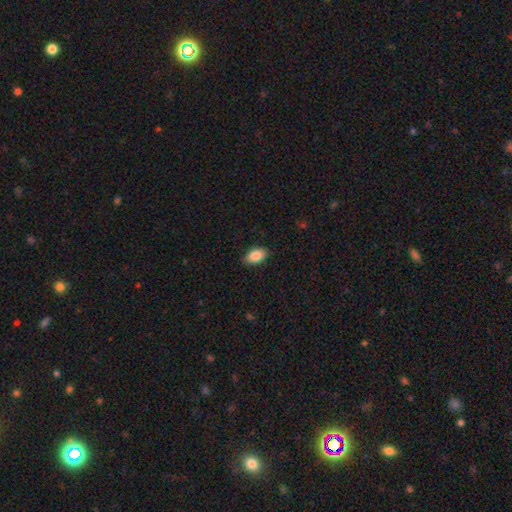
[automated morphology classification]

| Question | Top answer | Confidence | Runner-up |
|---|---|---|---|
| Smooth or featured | smooth | 86% | star or artifact (7%) |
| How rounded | in between | 91% | round (7%) |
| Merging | none | 87% | minor disturbance (10%) |